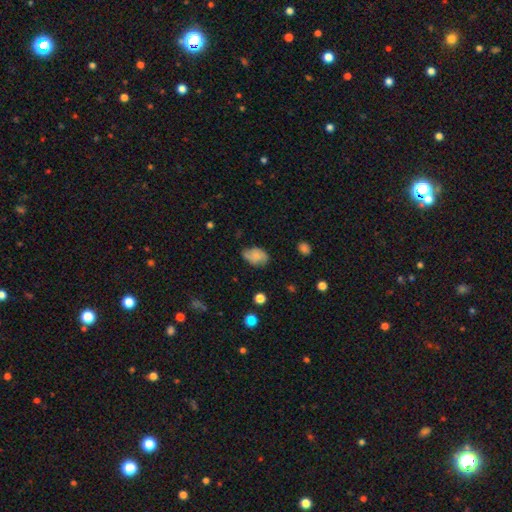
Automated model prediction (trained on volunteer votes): This appears to be a smooth galaxy with no disk features (65%) that is in between round and cigar-shaped (82%). Merging: none (58%).